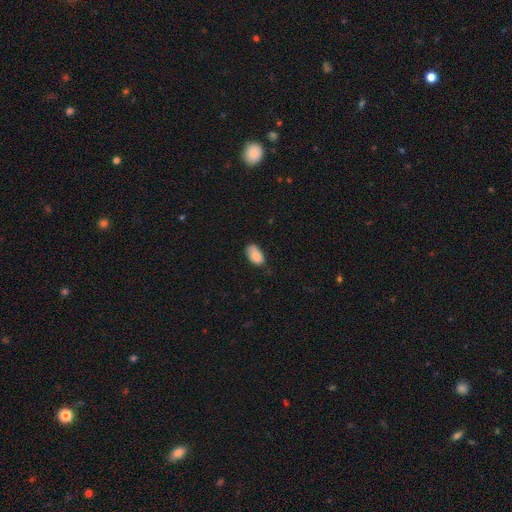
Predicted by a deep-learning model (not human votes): This appears to be a smooth galaxy with no disk features (81%) that is in between round and cigar-shaped (93%). Merging: none (65%).